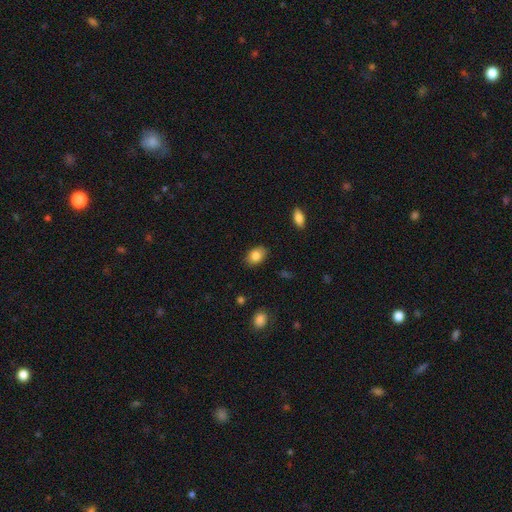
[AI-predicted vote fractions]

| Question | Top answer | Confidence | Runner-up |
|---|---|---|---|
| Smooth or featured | smooth | 83% | featured or disk (9%) |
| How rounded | in between | 81% | round (17%) |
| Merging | none | 86% | minor disturbance (10%) |